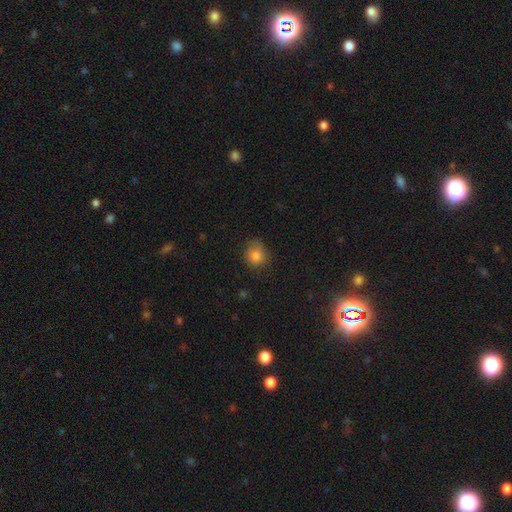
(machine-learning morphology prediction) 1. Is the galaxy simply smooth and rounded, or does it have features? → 82% smooth, 12% star or artifact, 6% featured or disk.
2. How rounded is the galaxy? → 78% round, 22% in between, 1% cigar-shaped.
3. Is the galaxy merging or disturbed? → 70% none, 22% minor disturbance, 6% major disturbance, 2% merger.